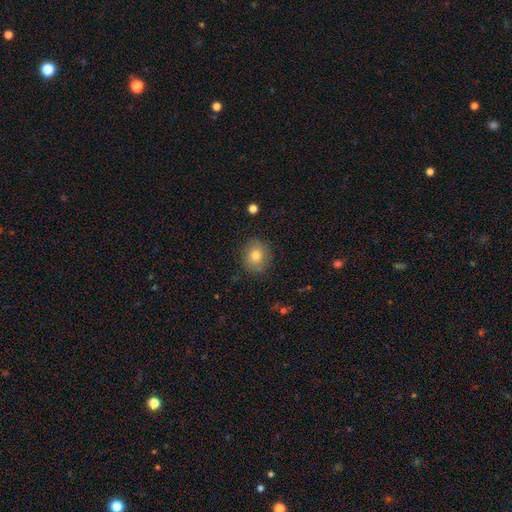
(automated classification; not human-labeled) This appears to be a smooth galaxy with no disk features (77%) that is round (76%). Merging: none (84%).